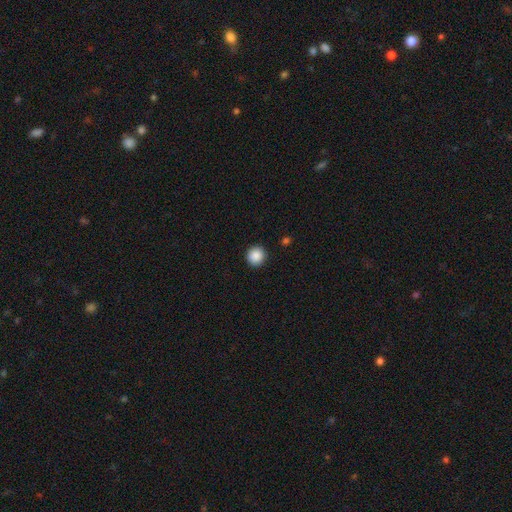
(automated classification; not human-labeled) This appears to be a smooth galaxy with no disk features (88%) that is round (94%). Merging: none (92%).